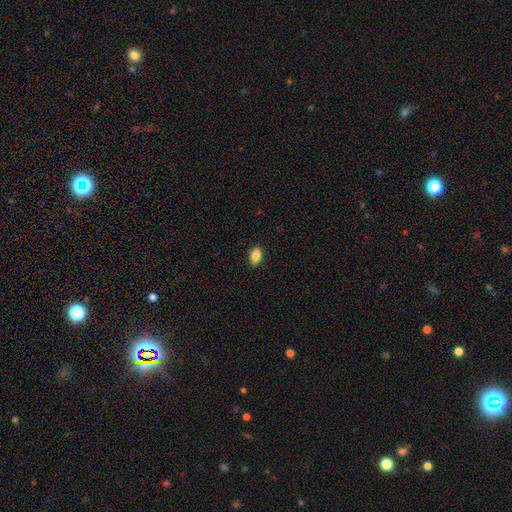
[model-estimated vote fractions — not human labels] Smooth or featured? smooth (85%)
How rounded? in between (89%)
Merging? none (89%)